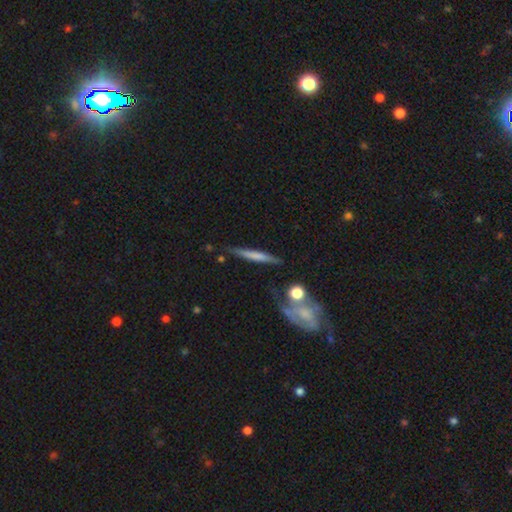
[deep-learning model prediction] smooth 55%, featured or disk 39%, star or artifact 6%. Down the decision tree: how rounded — cigar-shaped (92%); merging — none (76%).